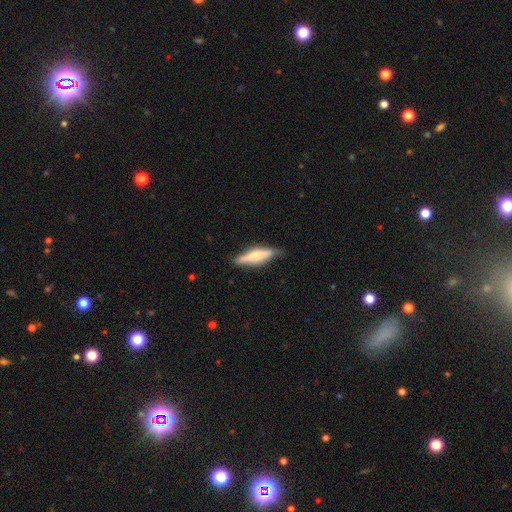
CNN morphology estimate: smooth_or_featured: smooth (p=0.51) [alt: featured or disk p=0.43]
how_rounded: cigar-shaped (p=0.69) [alt: in between p=0.29]
merging: none (p=0.70) [alt: minor disturbance p=0.23]